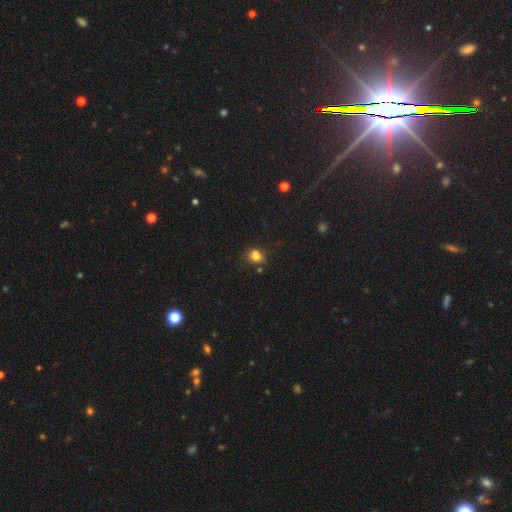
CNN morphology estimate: This is likely a smooth galaxy (76%). How rounded: possibly round (55%). Merging: possibly none (58%).